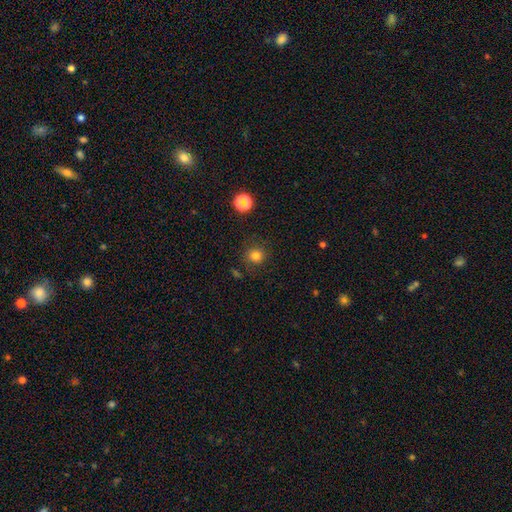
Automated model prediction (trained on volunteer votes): Smooth or featured?
  - smooth: 80% *
  - star or artifact: 14%
  - featured or disk: 6%
How rounded?
  - round: 92% *
  - in between: 7%
  - cigar-shaped: 1%
Merging?
  - none: 84% *
  - minor disturbance: 10%
  - major disturbance: 4%
  - merger: 2%